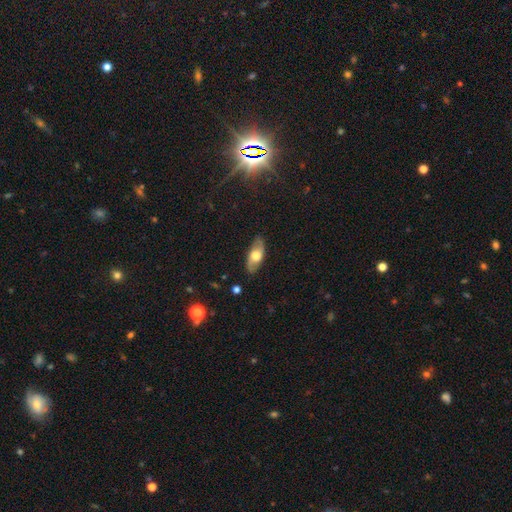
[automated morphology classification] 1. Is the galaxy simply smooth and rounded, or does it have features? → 48% featured or disk, 45% smooth, 6% star or artifact.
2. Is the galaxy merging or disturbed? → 85% none, 12% minor disturbance, 3% major disturbance, 1% merger.